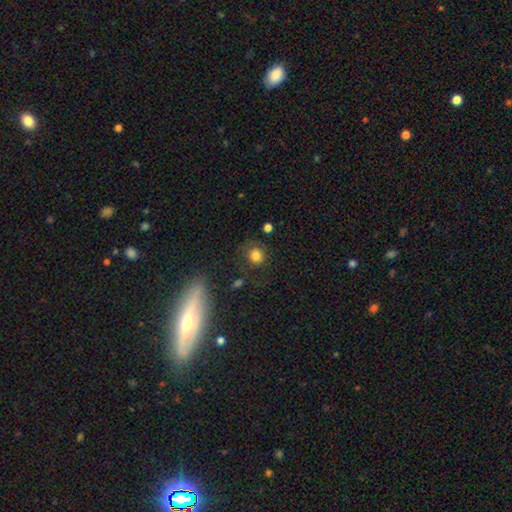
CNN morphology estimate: Q: Smooth or featured?
A: smooth (81%); runner-up: star or artifact (12%)
Q: How rounded?
A: round (83%); runner-up: in between (16%)
Q: Merging?
A: none (74%); runner-up: minor disturbance (15%)